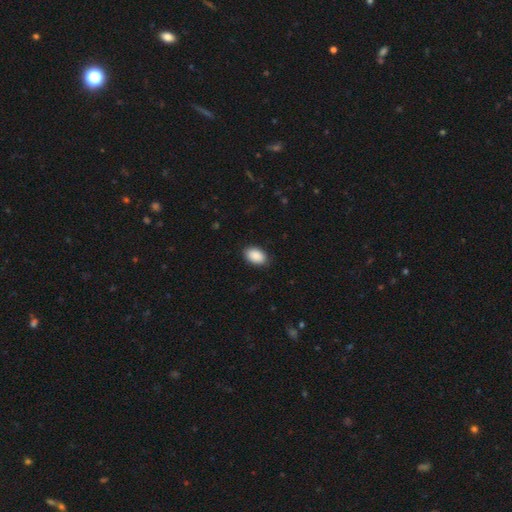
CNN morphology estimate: Smooth or featured?
  - smooth: 91% *
  - star or artifact: 6%
  - featured or disk: 3%
How rounded?
  - in between: 91% *
  - round: 8%
  - cigar-shaped: 1%
Merging?
  - none: 87% *
  - minor disturbance: 9%
  - major disturbance: 2%
  - merger: 1%